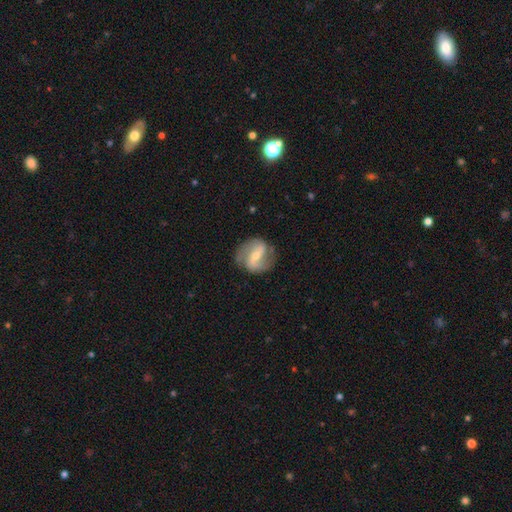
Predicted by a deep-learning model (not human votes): Q: Smooth or featured?
A: featured or disk (81%); runner-up: smooth (14%)
Q: Edge-on disk?
A: no (97%); runner-up: yes (3%)
Q: Bar?
A: strong (40%); tied with: weak (40%)
Q: Spiral arms?
A: yes (92%); runner-up: no (8%)
Q: Spiral winding?
A: medium (45%); runner-up: loose (37%)
Q: Spiral arm count?
A: 2 (87%); runner-up: can't tell (5%)
Q: Bulge size?
A: small (50%); runner-up: moderate (46%)
Q: Merging?
A: none (77%); runner-up: minor disturbance (16%)